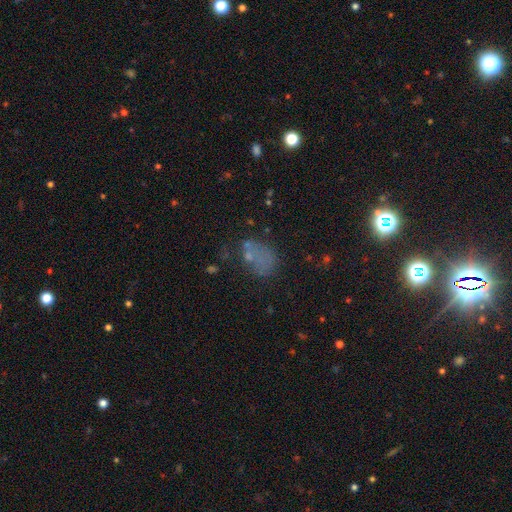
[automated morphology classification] The model was most divided on "smooth or featured": smooth: 50%, star or artifact: 29%, featured or disk: 21%. Remaining: merging — none (49%).